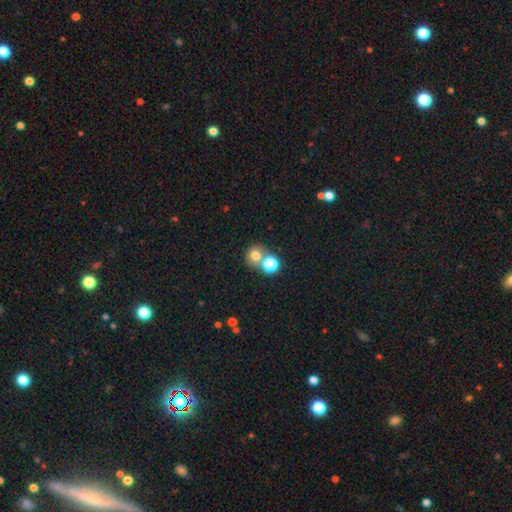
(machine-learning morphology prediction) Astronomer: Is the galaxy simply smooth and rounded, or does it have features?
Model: smooth — 73%.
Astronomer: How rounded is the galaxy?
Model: round — 83%.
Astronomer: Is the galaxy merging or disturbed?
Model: none — 50% (runner-up: merger, 38%).